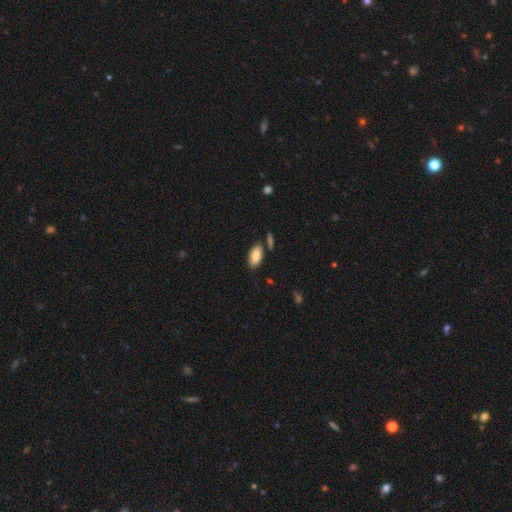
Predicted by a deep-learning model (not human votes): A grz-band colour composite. It shows a smooth galaxy with no disk features (81%) that is in between round and cigar-shaped (92%). Merging: none (79%).